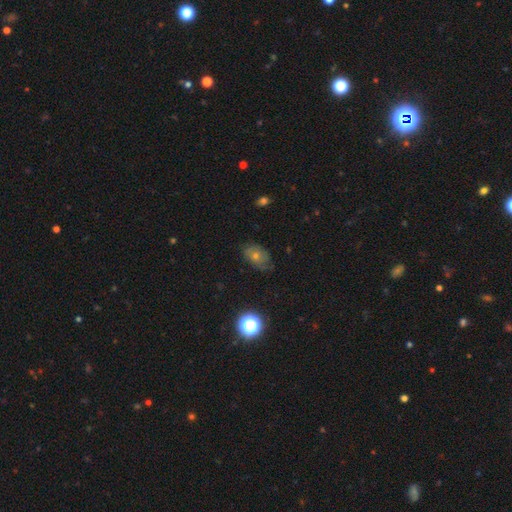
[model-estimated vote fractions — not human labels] Morphology: type=smooth (46%); merging=none (70%).